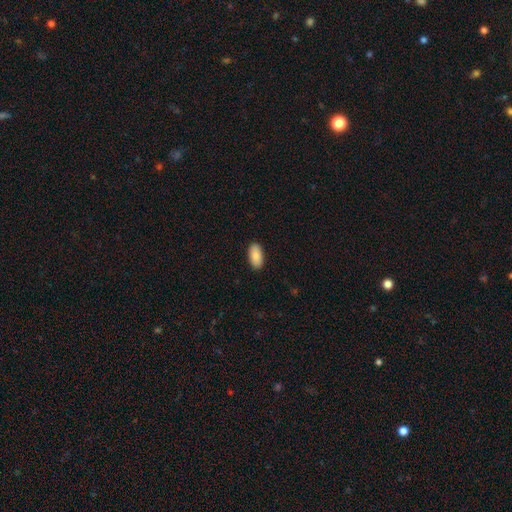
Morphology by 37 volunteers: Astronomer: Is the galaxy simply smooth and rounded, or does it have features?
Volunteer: smooth — 92%.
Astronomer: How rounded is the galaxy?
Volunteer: in between — 97%.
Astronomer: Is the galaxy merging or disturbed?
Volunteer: none — 97%.